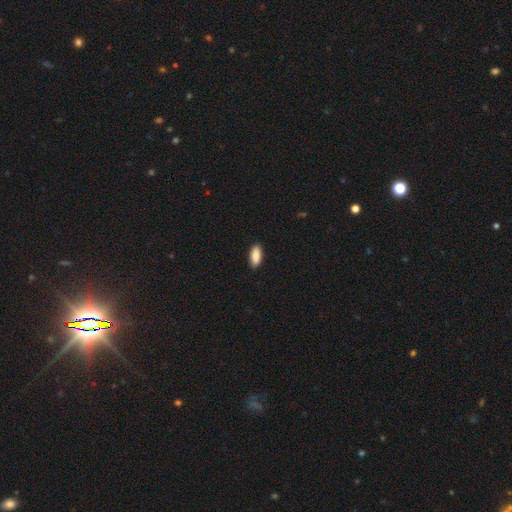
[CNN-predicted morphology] A smooth galaxy with no disk features (89%) that is in between round and cigar-shaped (87%).

Vote fractions:
- Smooth or featured? smooth: 89% / star or artifact: 6% / featured or disk: 5%
- How rounded? in between: 87% / cigar-shaped: 11% / round: 2%
- Merging? none: 89% / minor disturbance: 9% / major disturbance: 2% / merger: 1%